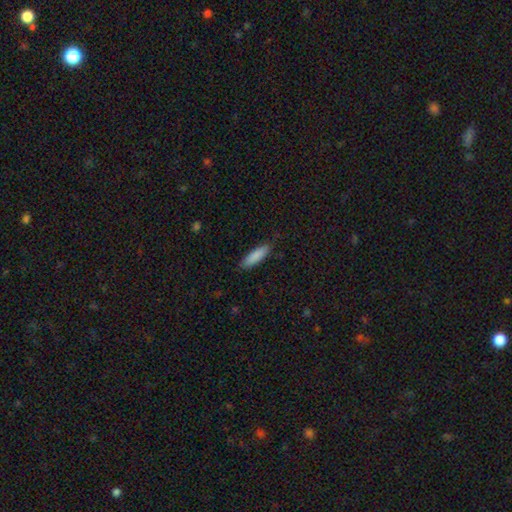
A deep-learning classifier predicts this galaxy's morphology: Smooth or featured? Predicted: smooth (p=0.87). How rounded? Predicted: cigar-shaped (p=0.63). Merging? Predicted: none (p=0.84).